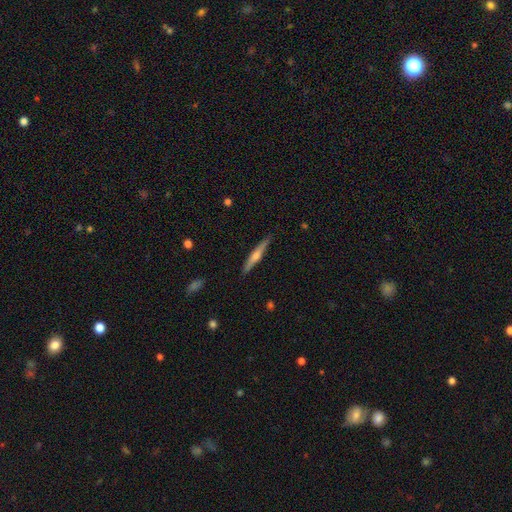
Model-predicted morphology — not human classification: A featured or disk galaxy (61%) viewed edge-on (97%) with a rounded central bulge (82%). Merging: none (90%).